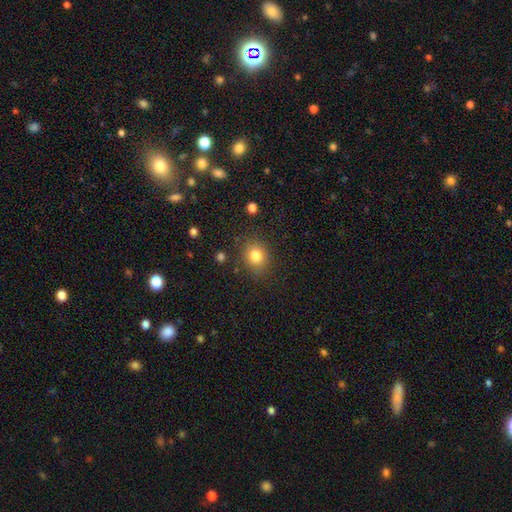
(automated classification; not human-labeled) Smooth or featured? smooth (82%)
How rounded? round (69%)
Merging? none (83%)